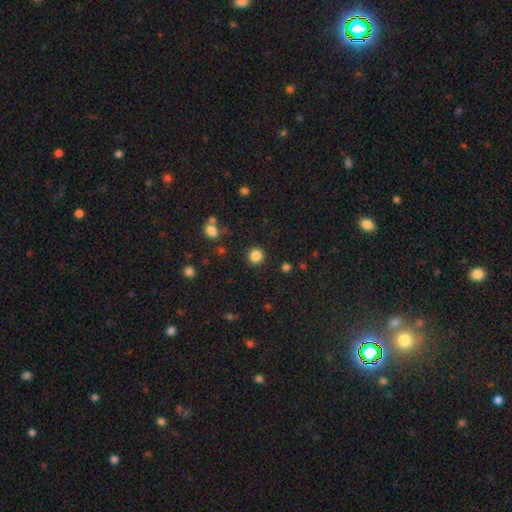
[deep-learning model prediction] smooth 86%, star or artifact 11%, featured or disk 3%. Down the decision tree: how rounded — round (93%); merging — none (90%).